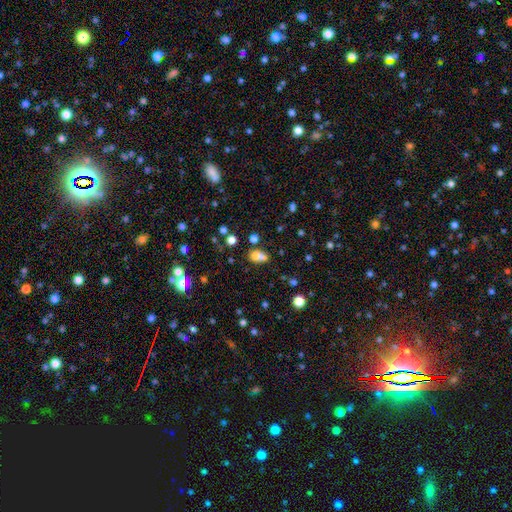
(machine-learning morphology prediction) smooth_or_featured: smooth (p=0.79) [alt: star or artifact p=0.14]
how_rounded: in between (p=0.84) [alt: cigar-shaped p=0.09]
merging: none (p=0.66) [alt: minor disturbance p=0.19]